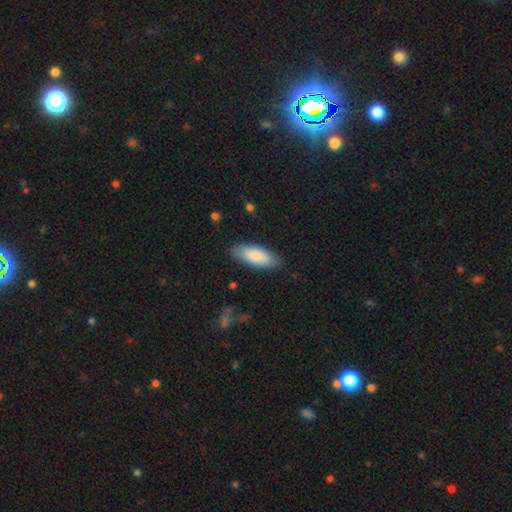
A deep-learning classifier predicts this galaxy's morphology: smooth 85%, featured or disk 10%, star or artifact 5%. Down the decision tree: how rounded — in between (76%); merging — none (85%).